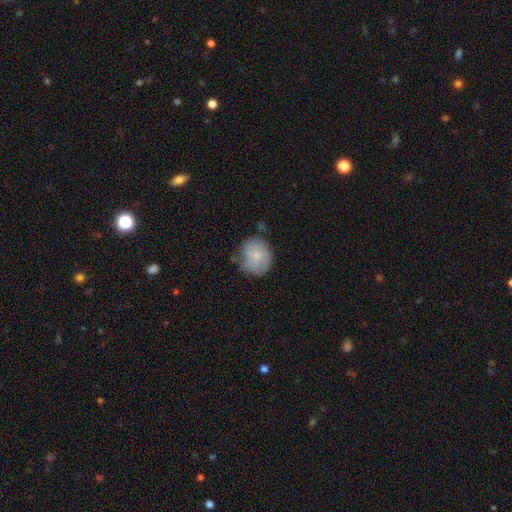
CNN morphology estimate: type=smooth (74%); roundness=round (71%); merging=none (66%).